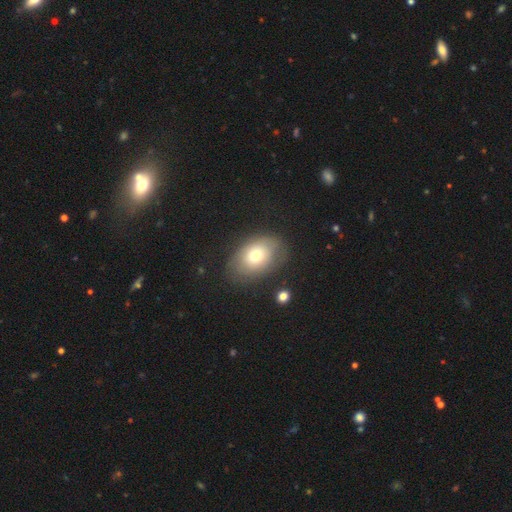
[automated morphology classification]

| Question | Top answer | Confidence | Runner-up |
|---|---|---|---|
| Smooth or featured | smooth | 71% | featured or disk (20%) |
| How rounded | in between | 82% | round (17%) |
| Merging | none | 74% | minor disturbance (17%) |